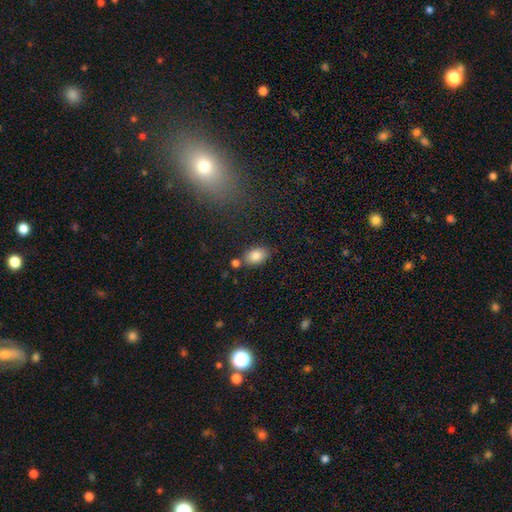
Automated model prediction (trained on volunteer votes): This appears to be a smooth galaxy with no disk features (83%) that is in between round and cigar-shaped (84%). Merging: none (75%).